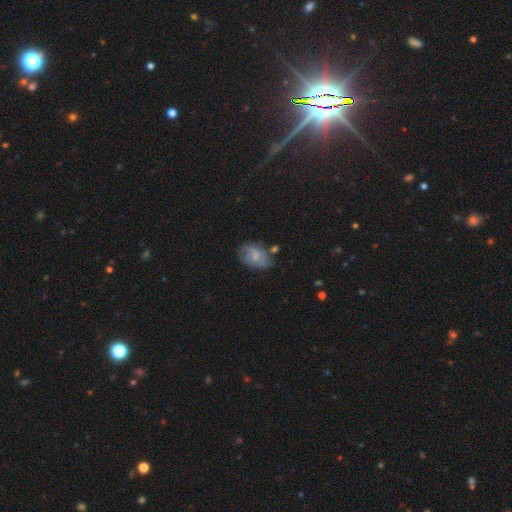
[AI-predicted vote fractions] The model was most divided on "merging": none: 59%, minor disturbance: 27%, major disturbance: 8%, merger: 6%. More confident: how rounded — in between (87%); smooth or featured — smooth (67%).